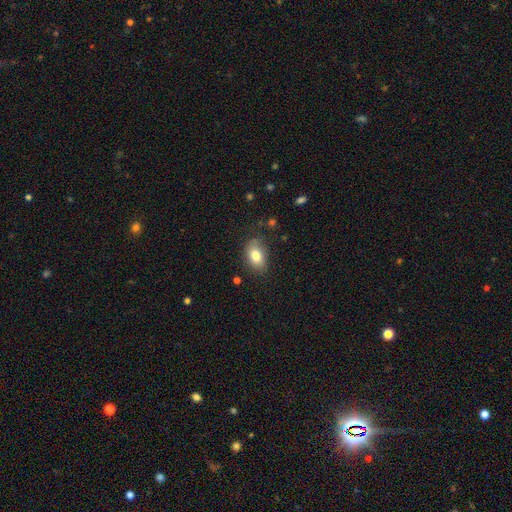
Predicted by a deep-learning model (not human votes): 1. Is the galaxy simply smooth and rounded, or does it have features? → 81% smooth, 11% featured or disk, 8% star or artifact.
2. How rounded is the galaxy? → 87% in between, 11% round, 2% cigar-shaped.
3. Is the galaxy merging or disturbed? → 76% none, 18% minor disturbance, 4% major disturbance, 2% merger.